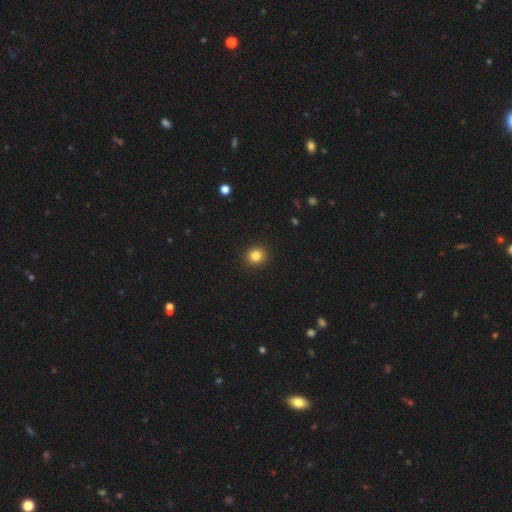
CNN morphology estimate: Smooth or featured? Predicted: smooth (p=0.84). How rounded? Predicted: round (p=0.87). Merging? Predicted: none (p=0.92).